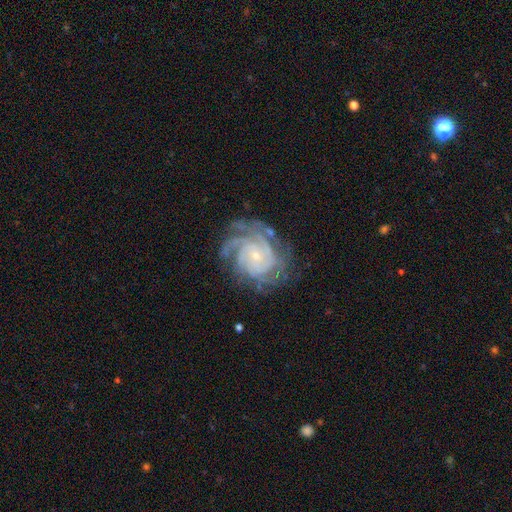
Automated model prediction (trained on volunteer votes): Smooth or featured: featured or disk — 89% (star or artifact — 6%)
Edge-on disk: no — 98% (yes — 2%)
Bar: no — 72% (weak — 21%)
Spiral arms: yes — 98% (no — 2%)
Spiral winding: tight — 75% (medium — 22%)
Spiral arm count: 4 — 30% (3 — 21%)
Bulge size: small — 80% (moderate — 15%)
Merging: none — 71% (minor disturbance — 18%)